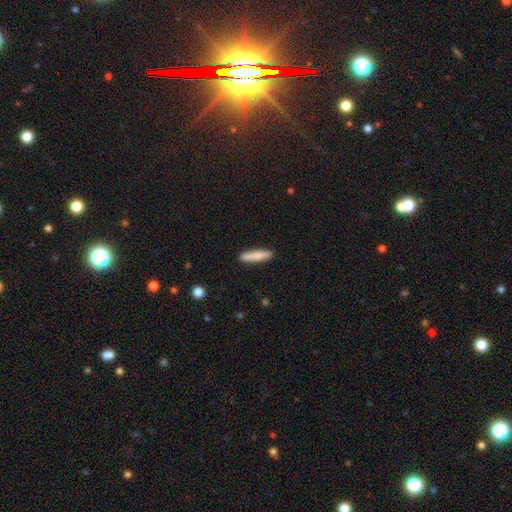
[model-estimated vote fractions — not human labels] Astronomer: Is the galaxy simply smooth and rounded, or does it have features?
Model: smooth — 83%.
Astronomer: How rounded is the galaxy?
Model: cigar-shaped — 87%.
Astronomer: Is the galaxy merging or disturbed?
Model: none — 89%.